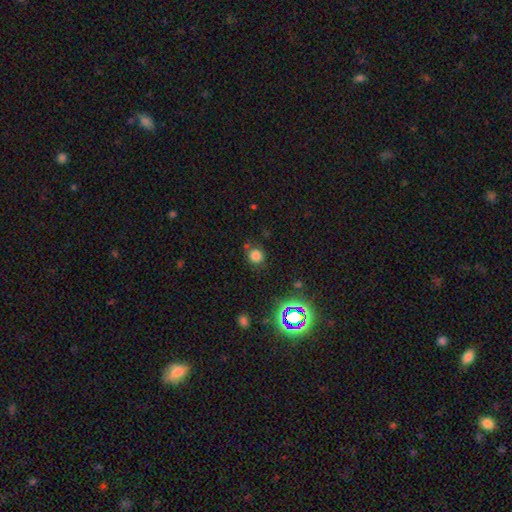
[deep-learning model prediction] Smooth or featured? smooth (75%)
How rounded? round (87%)
Merging? none (77%)